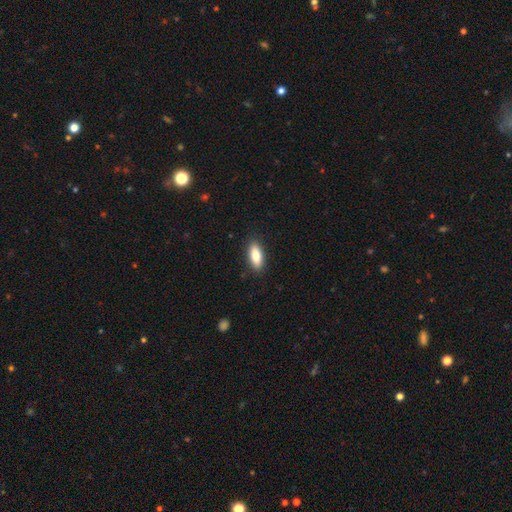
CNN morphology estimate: smooth 83%, featured or disk 10%, star or artifact 6%. Down the decision tree: how rounded — in between (76%); merging — none (88%).